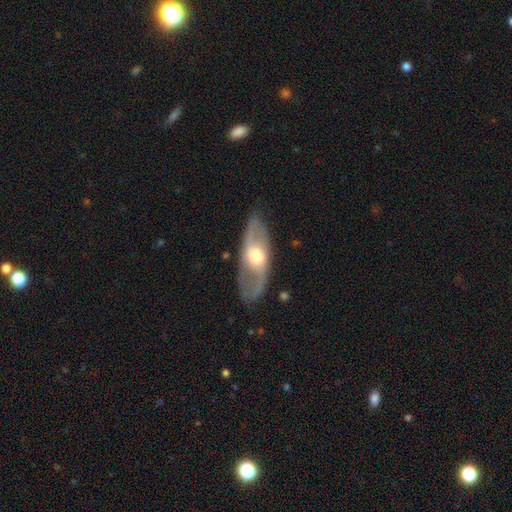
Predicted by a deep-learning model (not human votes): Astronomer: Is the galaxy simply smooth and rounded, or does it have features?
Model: featured or disk — 69%.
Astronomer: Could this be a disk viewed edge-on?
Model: no — 79%.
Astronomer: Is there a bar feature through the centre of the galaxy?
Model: no — 61%.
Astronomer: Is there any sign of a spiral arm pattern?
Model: yes — 67%.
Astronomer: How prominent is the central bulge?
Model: moderate — 62%.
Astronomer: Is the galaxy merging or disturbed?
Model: none — 80%.